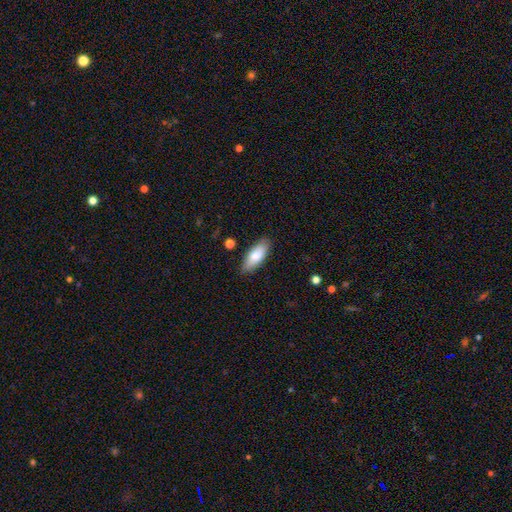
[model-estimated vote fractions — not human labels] A smooth galaxy with no disk features (80%) that is in between round and cigar-shaped (75%). Merging: none (84%).